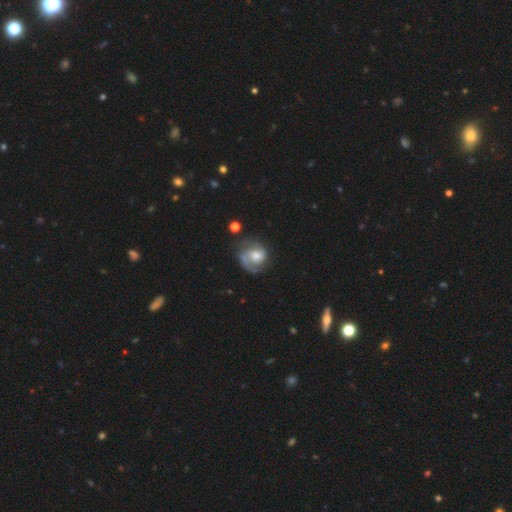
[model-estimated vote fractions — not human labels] Q: Smooth or featured?
A: featured or disk (71%); runner-up: smooth (23%)
Q: Edge-on disk?
A: no (98%); runner-up: yes (2%)
Q: Bar?
A: no (67%); runner-up: weak (28%)
Q: Spiral arms?
A: yes (91%); runner-up: no (9%)
Q: Spiral winding?
A: tight (42%); runner-up: medium (39%)
Q: Spiral arm count?
A: 1 (46%); runner-up: 2 (39%)
Q: Bulge size?
A: moderate (53%); runner-up: small (26%)
Q: Merging?
A: none (58%); runner-up: minor disturbance (21%)